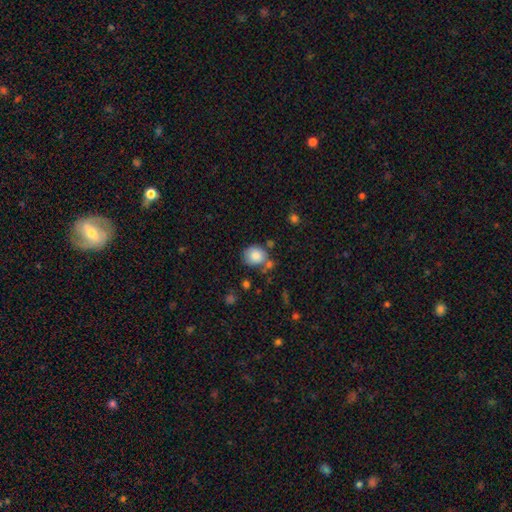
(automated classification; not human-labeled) smooth 84%, star or artifact 8%, featured or disk 8%. Down the decision tree: how rounded — round (77%); merging — none (60%).